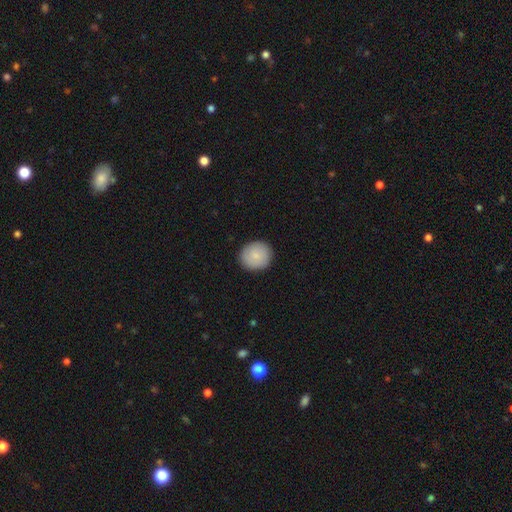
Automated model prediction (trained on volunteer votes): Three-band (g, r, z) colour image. It shows a smooth galaxy with no disk features (83%) that is round (84%). Merging: none (90%).